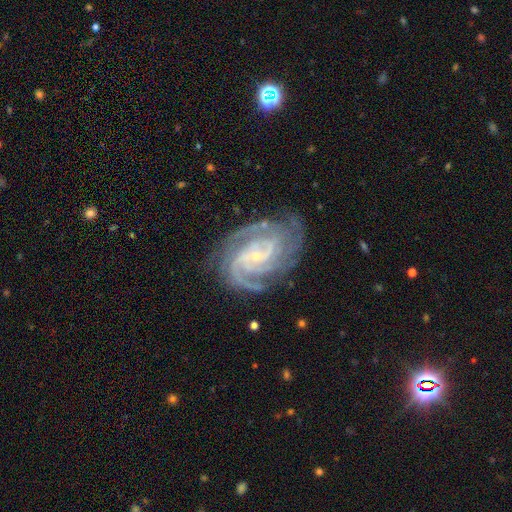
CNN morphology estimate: Overall: featured or disk (91%). Edge-on disk: no (98%). Bar: no (43%; weak 39%). Spiral arms: yes (99%). Spiral arm count: 3 (33%; 2 24%). Spiral winding: tight (60%; medium 35%). Bulge size: small (81%). Merging: none (74%).